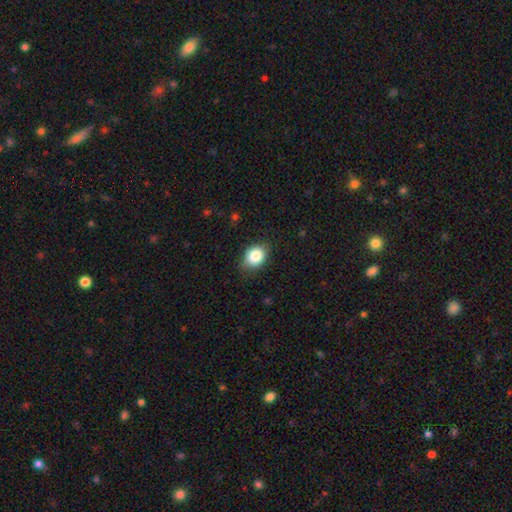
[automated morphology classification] Smooth or featured? smooth (86%)
How rounded? in between (53%)
Merging? none (80%)